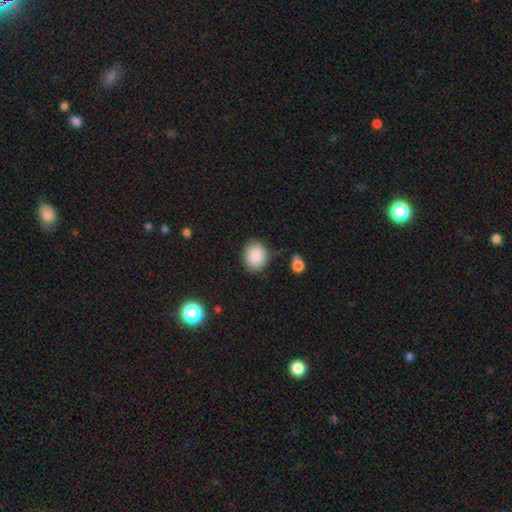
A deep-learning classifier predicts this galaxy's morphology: The model was most divided on "how rounded": round: 72%, in between: 27%, cigar-shaped: 1%. More confident: smooth or featured — smooth (88%); merging — none (83%).